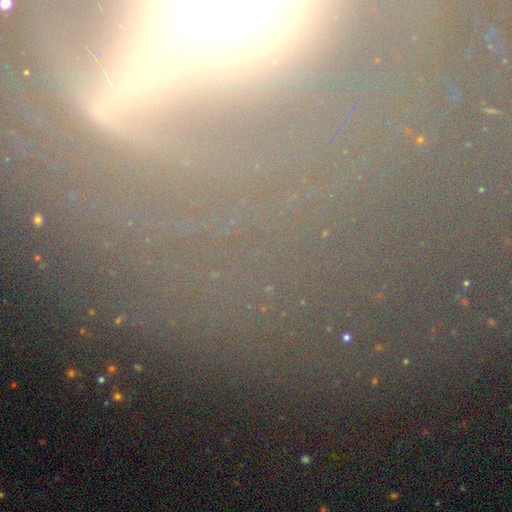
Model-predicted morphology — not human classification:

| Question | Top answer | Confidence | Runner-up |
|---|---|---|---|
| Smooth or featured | star or artifact | 44% | featured or disk (37%) |